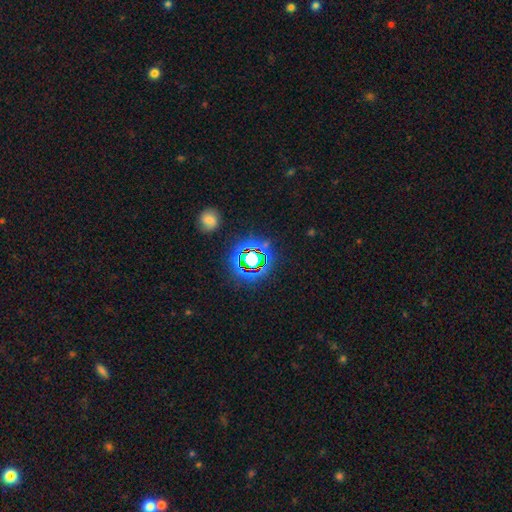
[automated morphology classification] The model was most divided on "smooth or featured": star or artifact: 72%, smooth: 17%, featured or disk: 11%.